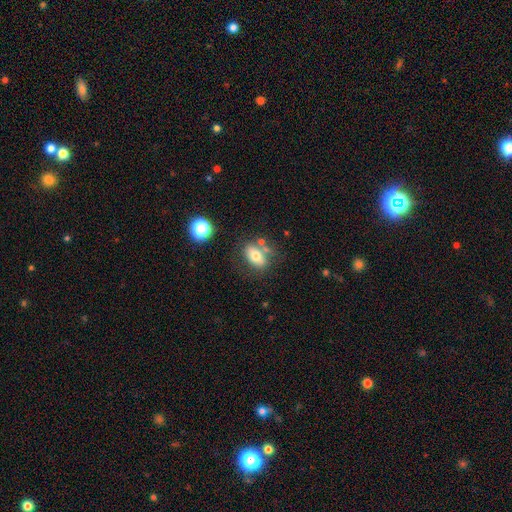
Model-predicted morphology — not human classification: Q: Smooth or featured?
A: smooth (68%); runner-up: featured or disk (22%)
Q: How rounded?
A: in between (84%); runner-up: round (12%)
Q: Merging?
A: none (59%); runner-up: minor disturbance (17%)